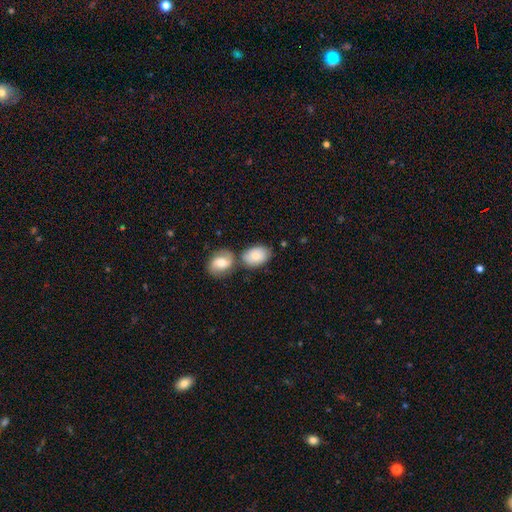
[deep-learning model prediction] Overall: smooth (80%). How rounded: in between (87%). Merging: none (48%; merger 32%).